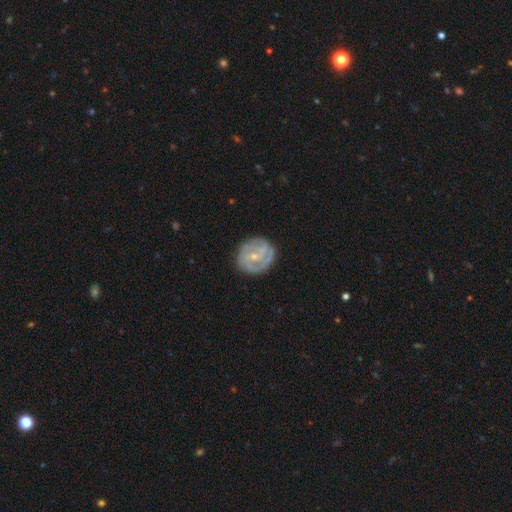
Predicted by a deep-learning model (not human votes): Smooth or featured? featured or disk (80%)
Edge-on disk? no (98%)
Bar? no (51%)
Spiral arms? yes (92%)
Spiral winding? tight (61%)
Spiral arm count? 2 (34%)
Bulge size? small (70%)
Merging? none (80%)